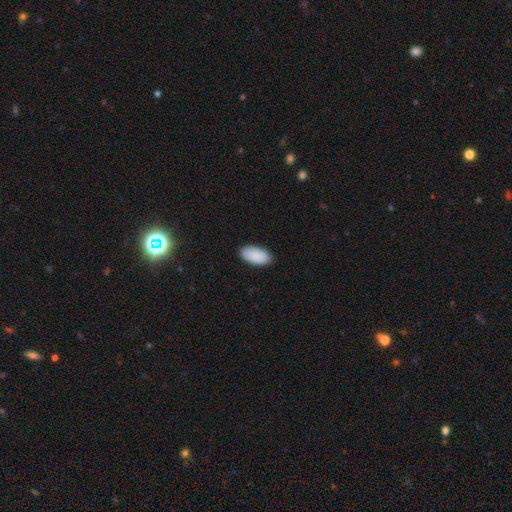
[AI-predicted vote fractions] Smooth or featured?
  - smooth: 90% *
  - star or artifact: 6%
  - featured or disk: 4%
How rounded?
  - in between: 95% *
  - cigar-shaped: 3%
  - round: 2%
Merging?
  - none: 88% *
  - minor disturbance: 10%
  - major disturbance: 2%
  - merger: 1%